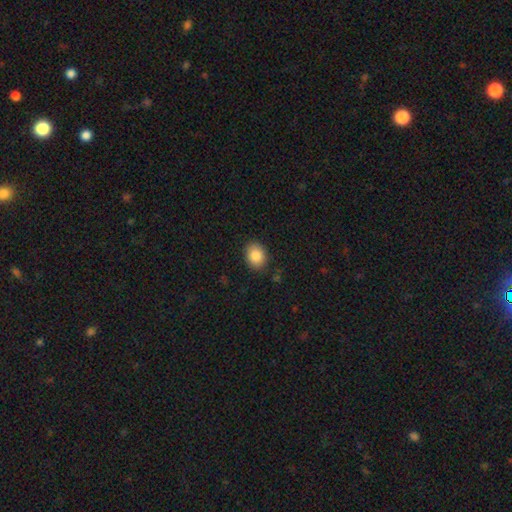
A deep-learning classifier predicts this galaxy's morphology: smooth-or-featured: smooth: 86% | star or artifact: 8% | featured or disk: 6%
  how-rounded: in between: 54% | round: 45% | cigar-shaped: 1%
  merging: none: 88% | minor disturbance: 9% | major disturbance: 2% | merger: 1%